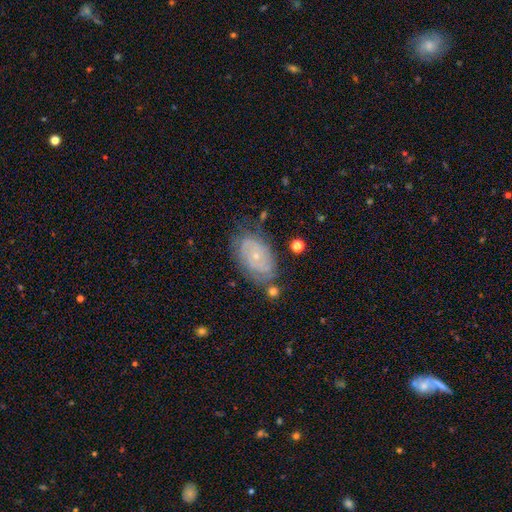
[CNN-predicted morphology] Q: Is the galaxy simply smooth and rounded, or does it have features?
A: featured or disk — 61%.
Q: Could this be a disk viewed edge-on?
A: no — 95%.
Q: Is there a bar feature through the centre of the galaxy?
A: no — 79%.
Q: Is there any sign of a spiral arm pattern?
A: yes — 75%.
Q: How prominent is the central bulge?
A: small — 77%.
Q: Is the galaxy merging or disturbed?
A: none — 66%.